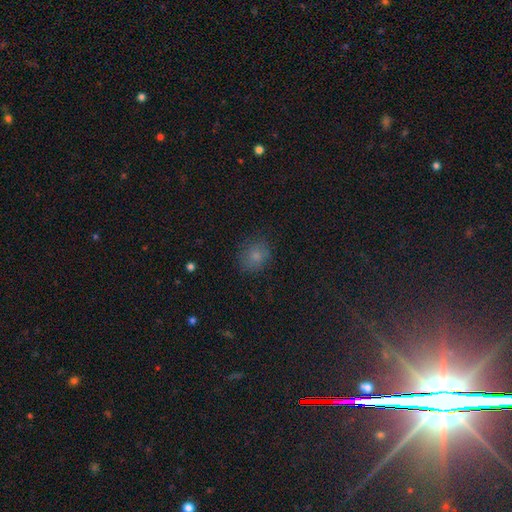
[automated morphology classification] Q: Smooth or featured?
A: smooth (78%); runner-up: star or artifact (14%)
Q: How rounded?
A: round (66%); runner-up: in between (33%)
Q: Merging?
A: none (79%); runner-up: minor disturbance (15%)